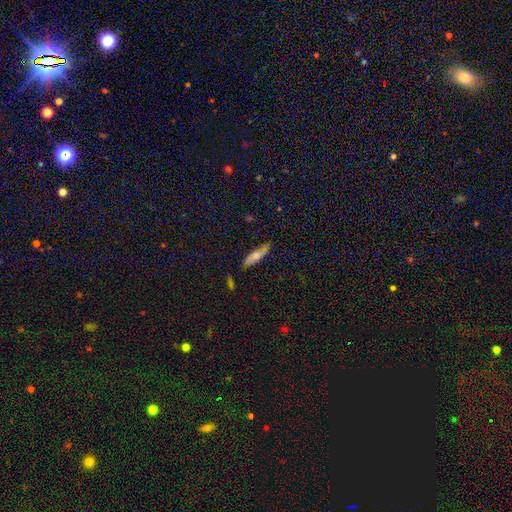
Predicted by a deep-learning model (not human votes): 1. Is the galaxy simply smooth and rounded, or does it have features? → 66% smooth, 26% featured or disk, 8% star or artifact.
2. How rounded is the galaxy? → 57% cigar-shaped, 41% in between, 2% round.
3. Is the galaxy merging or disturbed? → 77% none, 17% minor disturbance, 3% major disturbance, 2% merger.